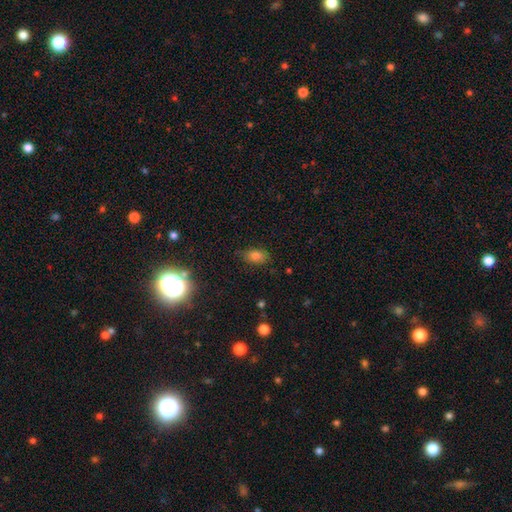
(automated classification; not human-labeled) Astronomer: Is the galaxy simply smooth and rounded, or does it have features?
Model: smooth — 77%.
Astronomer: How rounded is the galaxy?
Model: in between — 86%.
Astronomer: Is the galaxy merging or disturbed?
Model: none — 74%.